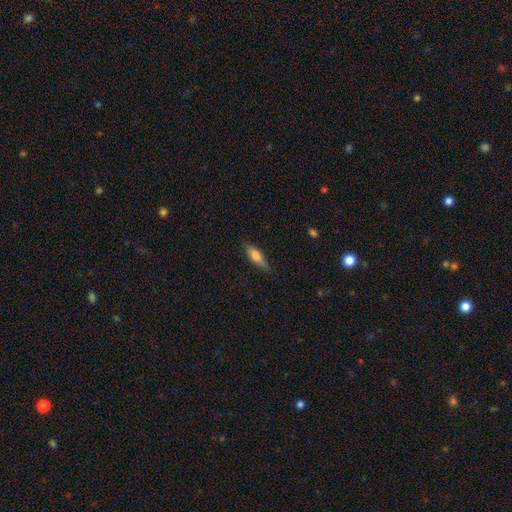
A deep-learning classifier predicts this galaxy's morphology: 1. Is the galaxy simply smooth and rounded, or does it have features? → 63% smooth, 31% featured or disk, 7% star or artifact.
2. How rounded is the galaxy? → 51% cigar-shaped, 46% in between, 2% round.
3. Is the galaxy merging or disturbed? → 79% none, 16% minor disturbance, 3% major disturbance, 1% merger.